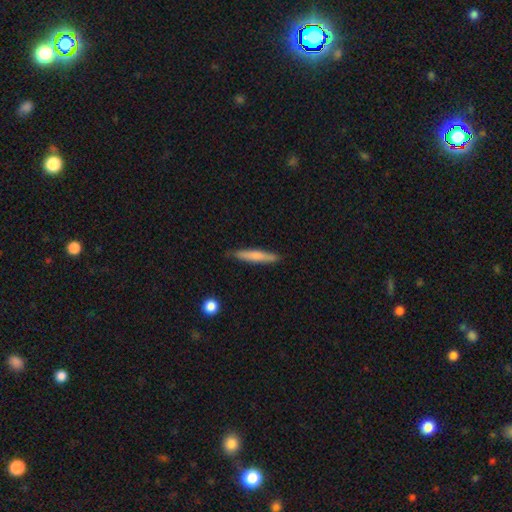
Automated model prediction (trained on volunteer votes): Morphology: type=smooth (70%); roundness=cigar-shaped (92%); merging=none (87%).